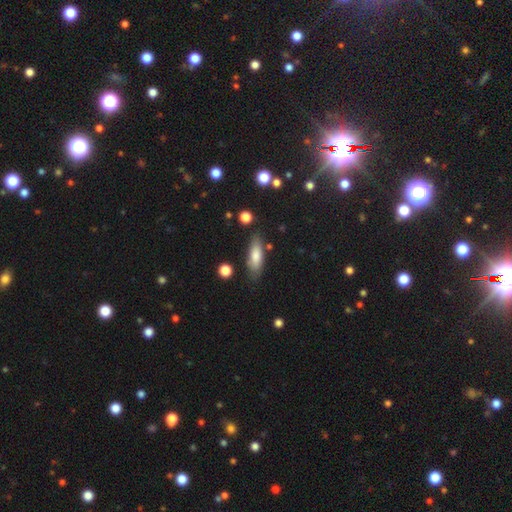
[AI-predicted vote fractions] The model was most divided on "how rounded": in between: 58%, cigar-shaped: 40%, round: 2%. More confident: merging — none (78%); smooth or featured — smooth (76%).